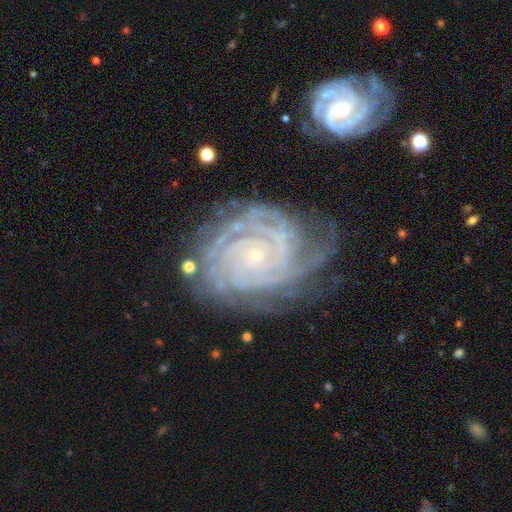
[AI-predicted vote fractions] Overall: featured or disk (90%). Edge-on disk: no (98%). Bar: no (73%). Spiral arms: yes (98%). Spiral arm count: 2 (26%; 3 19%). Spiral winding: tight (79%). Bulge size: small (83%). Merging: none (64%).